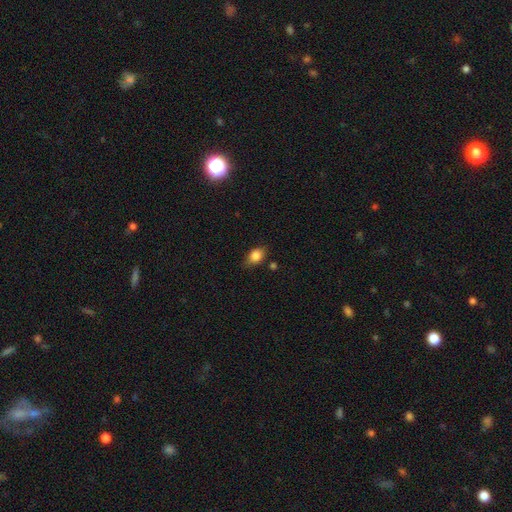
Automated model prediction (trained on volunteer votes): Morphology: type=smooth (82%); roundness=in between (73%); merging=none (69%).